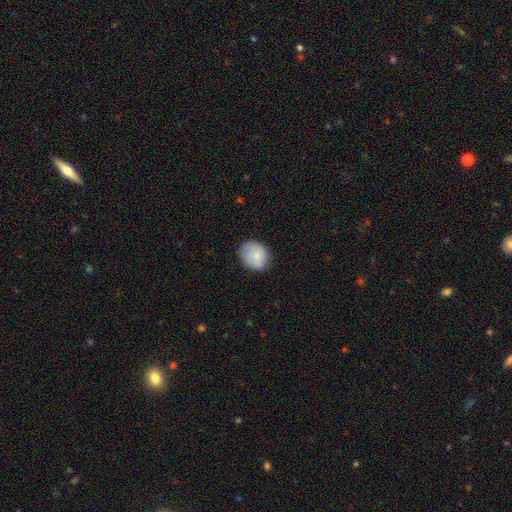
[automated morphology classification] Smooth or featured? Predicted: smooth (p=0.82). How rounded? Predicted: round (p=0.54). Merging? Predicted: none (p=0.70).